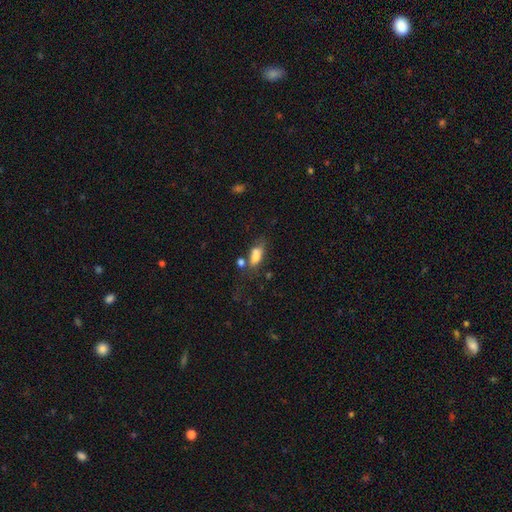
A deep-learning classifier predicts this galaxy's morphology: The model was most divided on "merging": none: 39%, merger: 30%, minor disturbance: 19%, major disturbance: 12%. More confident: how rounded — in between (81%); smooth or featured — smooth (73%).